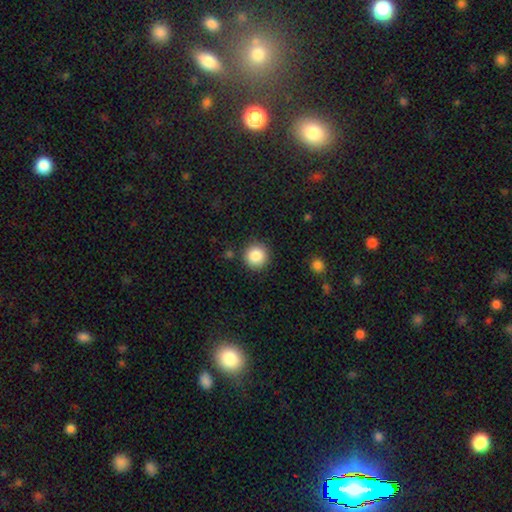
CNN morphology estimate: smooth_or_featured: smooth (p=0.86) [alt: star or artifact p=0.09]
how_rounded: round (p=0.95) [alt: in between p=0.04]
merging: none (p=0.90) [alt: minor disturbance p=0.06]